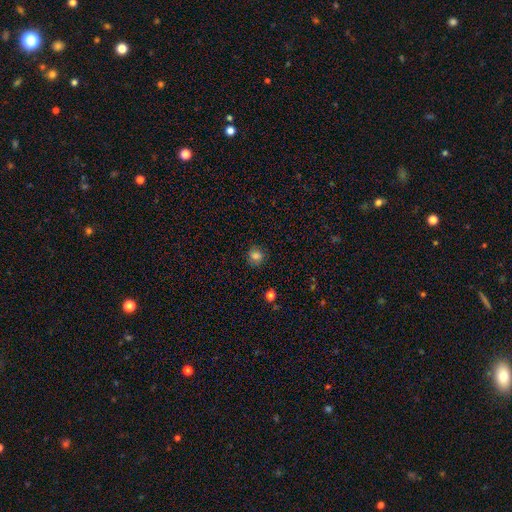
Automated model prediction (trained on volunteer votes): The model was most divided on "how rounded": round: 83%, in between: 16%, cigar-shaped: 1%. More confident: merging — none (85%); smooth or featured — smooth (81%).